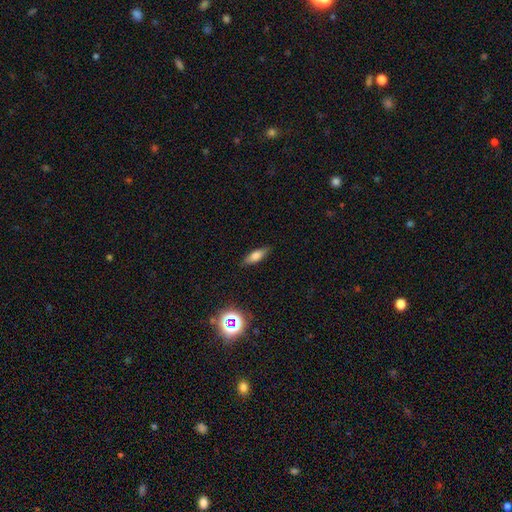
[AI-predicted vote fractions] Morphology: type=smooth (70%); roundness=in between (59%); merging=none (86%).